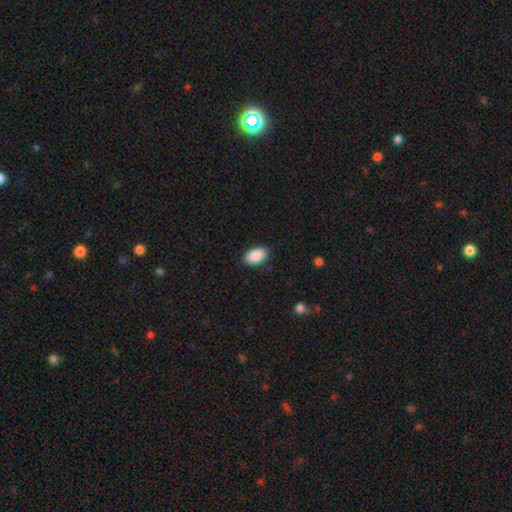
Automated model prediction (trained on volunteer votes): smooth 90%, star or artifact 6%, featured or disk 3%. Down the decision tree: how rounded — in between (93%); merging — none (87%).